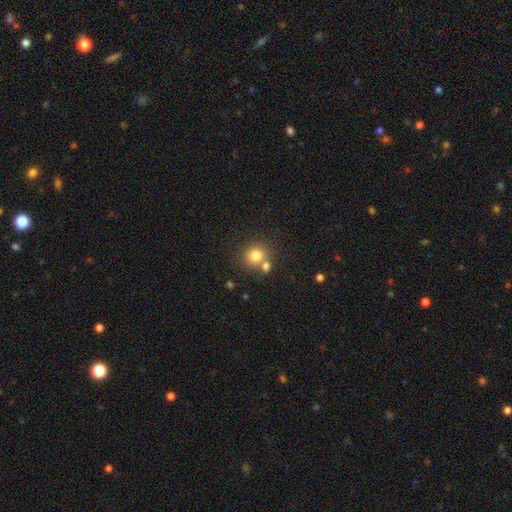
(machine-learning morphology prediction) This appears to be a smooth galaxy with no disk features (80%) that is round (83%). Merging: none (61%).